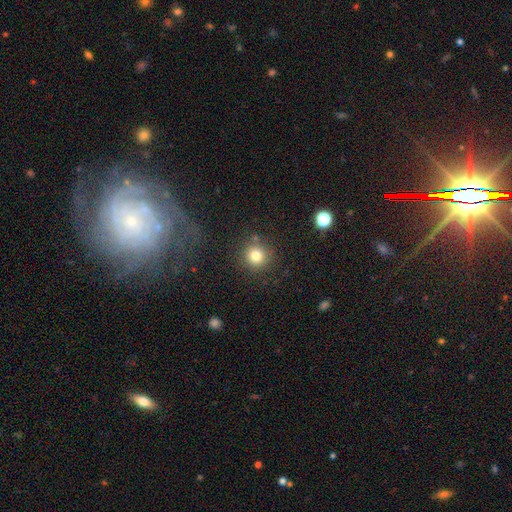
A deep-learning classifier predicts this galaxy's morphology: A smooth galaxy with no disk features (80%) that is round (93%).

Vote fractions:
- Smooth or featured? smooth: 80% / star or artifact: 13% / featured or disk: 7%
- How rounded? round: 93% / in between: 6% / cigar-shaped: 1%
- Merging? none: 83% / minor disturbance: 9% / merger: 5% / major disturbance: 4%